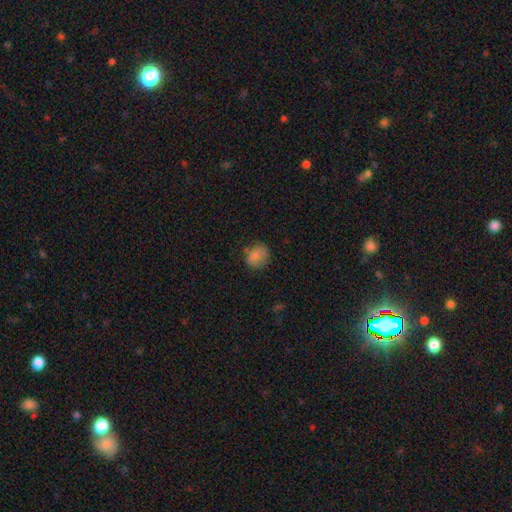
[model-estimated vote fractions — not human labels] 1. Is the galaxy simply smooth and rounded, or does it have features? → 81% smooth, 10% featured or disk, 9% star or artifact.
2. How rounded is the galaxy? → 65% round, 34% in between, 1% cigar-shaped.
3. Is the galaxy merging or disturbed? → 69% none, 22% minor disturbance, 6% major disturbance, 3% merger.